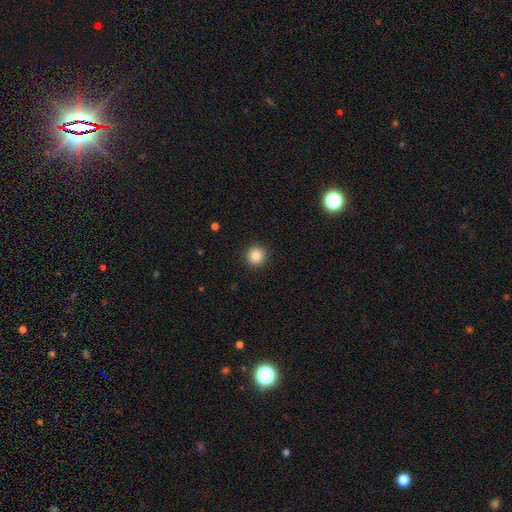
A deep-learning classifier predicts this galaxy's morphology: smooth-or-featured: smooth: 86% | star or artifact: 10% | featured or disk: 4%
  how-rounded: round: 94% | in between: 5% | cigar-shaped: 1%
  merging: none: 92% | minor disturbance: 5% | major disturbance: 2% | merger: 1%